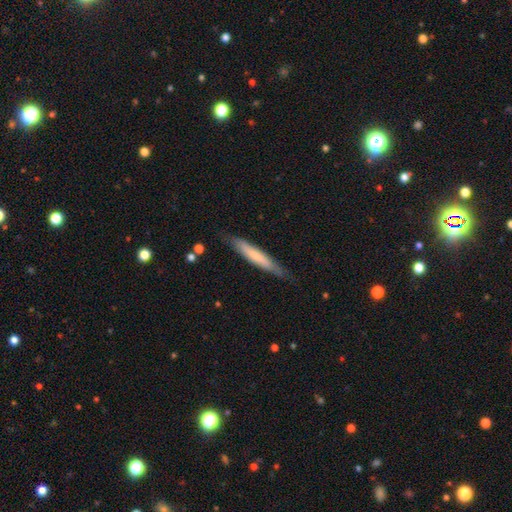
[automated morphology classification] smooth 62%, featured or disk 32%, star or artifact 5%. Down the decision tree: how rounded — cigar-shaped (92%); merging — none (80%).